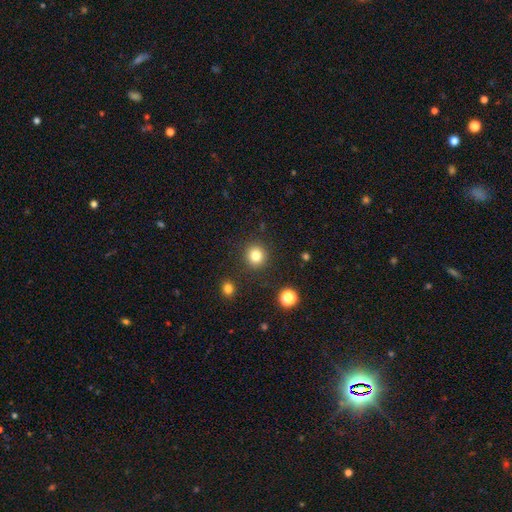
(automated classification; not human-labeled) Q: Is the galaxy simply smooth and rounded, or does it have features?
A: smooth — 82%.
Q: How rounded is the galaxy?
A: round — 92%.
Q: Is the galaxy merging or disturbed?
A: none — 89%.